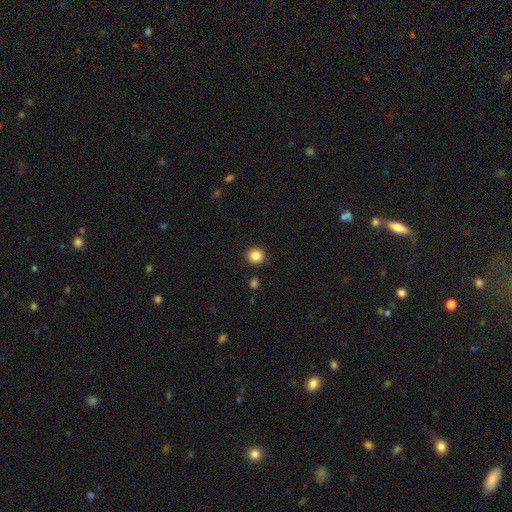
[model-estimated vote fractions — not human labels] A smooth galaxy with no disk features (86%) that is round (94%). Merging: none (90%).